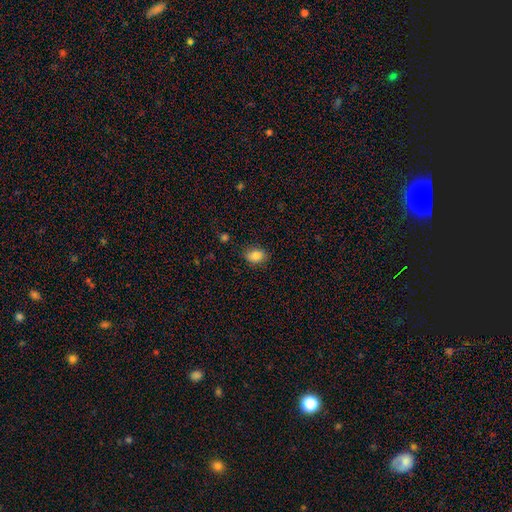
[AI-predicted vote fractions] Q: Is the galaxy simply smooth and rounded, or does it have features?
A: smooth — 85%.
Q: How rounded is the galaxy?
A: in between — 73%.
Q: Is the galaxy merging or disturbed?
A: none — 81%.